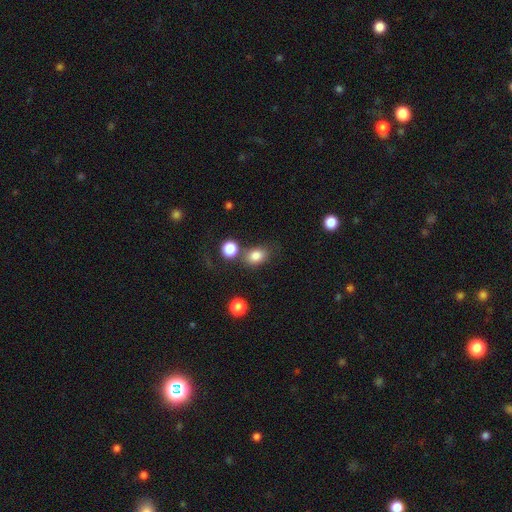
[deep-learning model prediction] smooth-or-featured: smooth: 82% | star or artifact: 11% | featured or disk: 7%
  how-rounded: in between: 61% | round: 38% | cigar-shaped: 1%
  merging: none: 64% | merger: 18% | minor disturbance: 13% | major disturbance: 5%